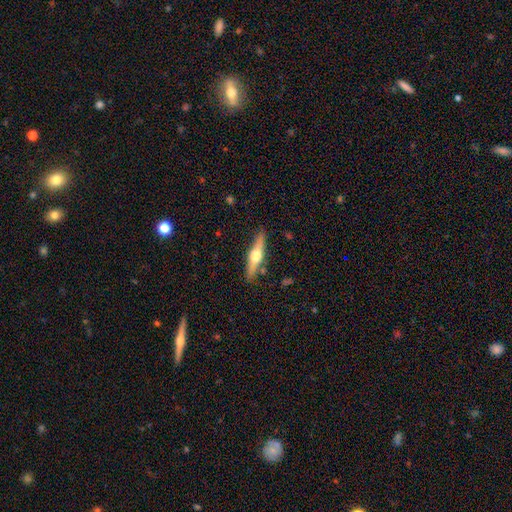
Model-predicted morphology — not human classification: type=featured or disk (64%); edge-on=yes (95%); edge-on bulge=rounded (96%); merging=none (87%).